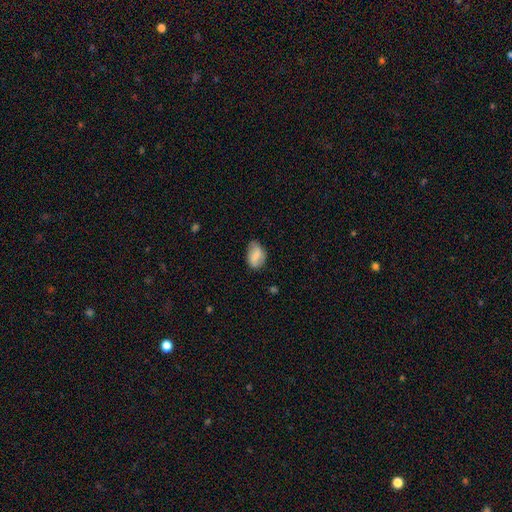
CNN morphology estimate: Q: Smooth or featured?
A: smooth (70%); runner-up: featured or disk (22%)
Q: How rounded?
A: in between (87%); runner-up: round (11%)
Q: Merging?
A: none (69%); runner-up: minor disturbance (24%)